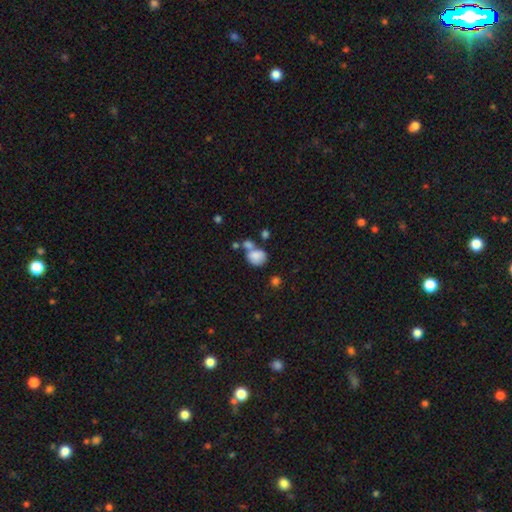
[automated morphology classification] This appears to be a smooth galaxy with no disk features (80%) that is round (57%). Merging: merger (42%).